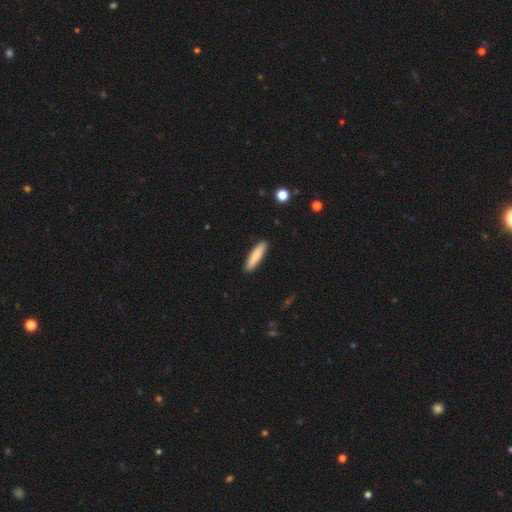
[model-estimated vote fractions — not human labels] This appears to be a smooth galaxy with no disk features (84%) that is cigar-shaped (81%). Merging: none (91%).